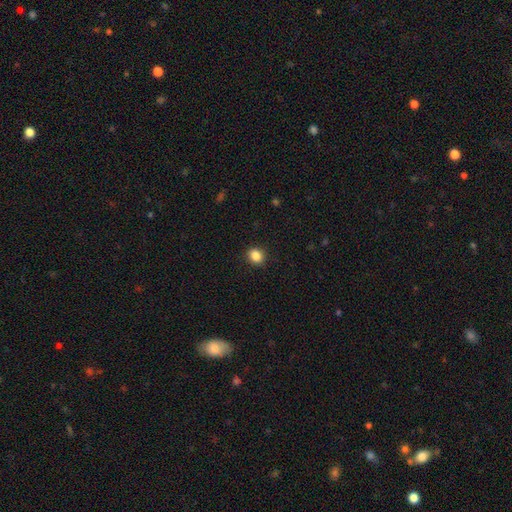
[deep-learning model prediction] Morphology: type=smooth (86%); roundness=round (70%); merging=none (91%).